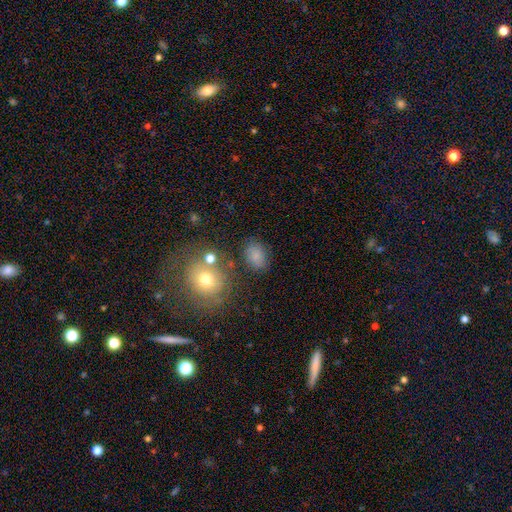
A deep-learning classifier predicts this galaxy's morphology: This is likely a smooth galaxy (79%). How rounded: likely in between (73%). Merging: likely none (73%).